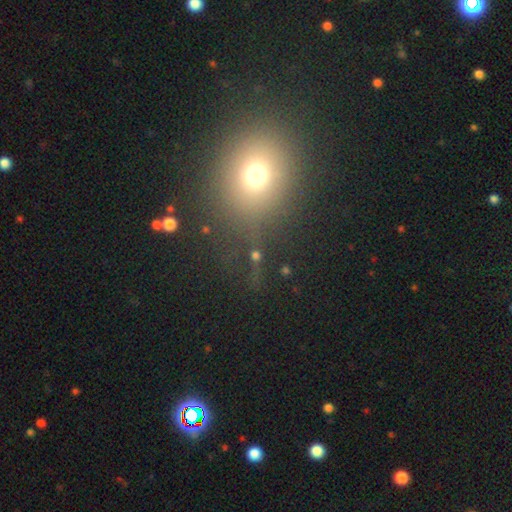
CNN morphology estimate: Smooth or featured?
  - smooth: 46% *
  - star or artifact: 39%
  - featured or disk: 14%
Merging?
  - none: 70% *
  - minor disturbance: 11%
  - major disturbance: 11%
  - merger: 7%